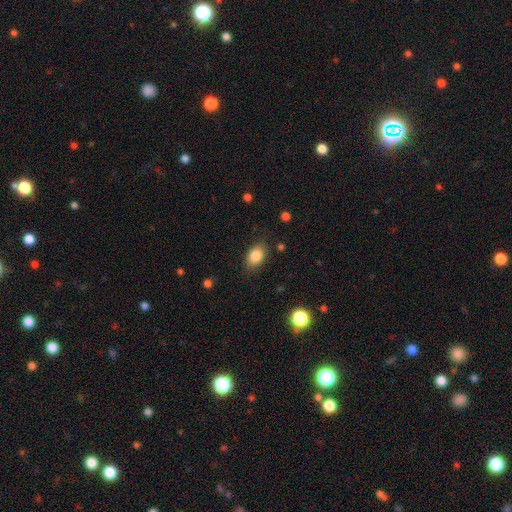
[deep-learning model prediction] Smooth or featured?
  - smooth: 84% *
  - star or artifact: 8%
  - featured or disk: 8%
How rounded?
  - in between: 84% *
  - round: 14%
  - cigar-shaped: 2%
Merging?
  - none: 82% *
  - minor disturbance: 14%
  - major disturbance: 3%
  - merger: 1%